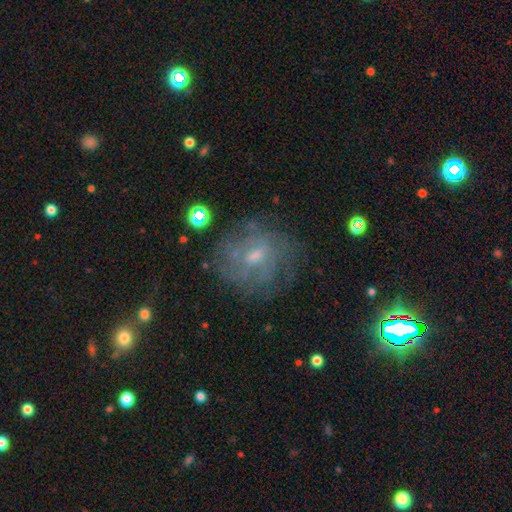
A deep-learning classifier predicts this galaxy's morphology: A featured or disk galaxy (59%) with a weak bar (46%, tied with no), spiral arms (53%) and a small central bulge (50%).

Vote fractions:
- Smooth or featured? featured or disk: 59% / smooth: 29% / star or artifact: 12%
- Edge-on disk? no: 97% / yes: 3%
- Bar? weak: 46% (tied) / no: 46% (tied) / strong: 8%
- Spiral arms? yes: 53% / no: 47%
- Bulge size? small: 50% / moderate: 37% / none: 9% / large: 2% / dominant: 1%
- Merging? none: 63% / minor disturbance: 19% / major disturbance: 15% / merger: 3%